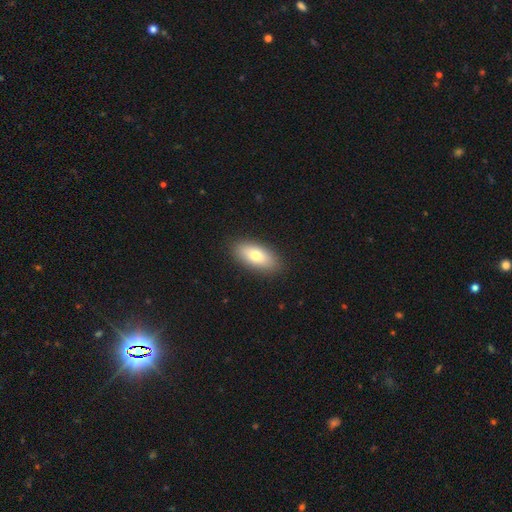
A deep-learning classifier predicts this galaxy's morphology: This is likely a smooth galaxy (75%). How rounded: clearly in between (85%). Merging: clearly none (89%).